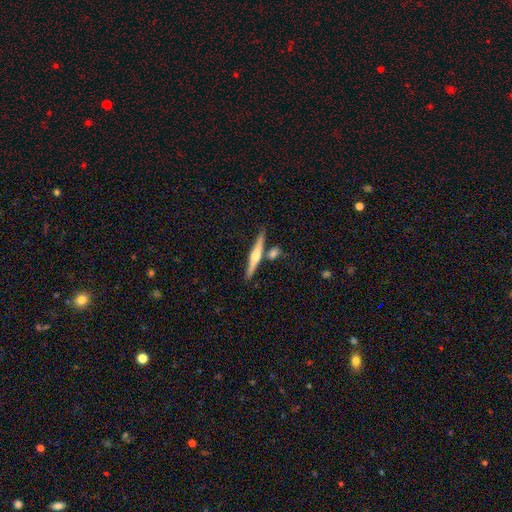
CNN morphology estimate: Q: Smooth or featured?
A: featured or disk (63%); runner-up: smooth (31%)
Q: Edge-on disk?
A: yes (97%); runner-up: no (3%)
Q: Edge-on bulge?
A: rounded (87%); runner-up: none (8%)
Q: Merging?
A: none (78%); runner-up: merger (11%)